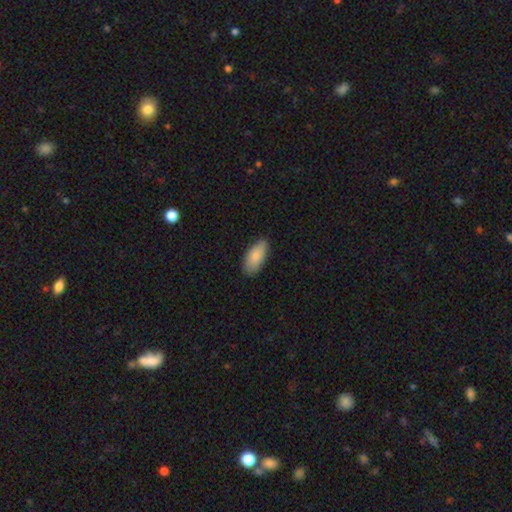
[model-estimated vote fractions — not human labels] Overall: smooth (84%). How rounded: in between (90%). Merging: none (83%).